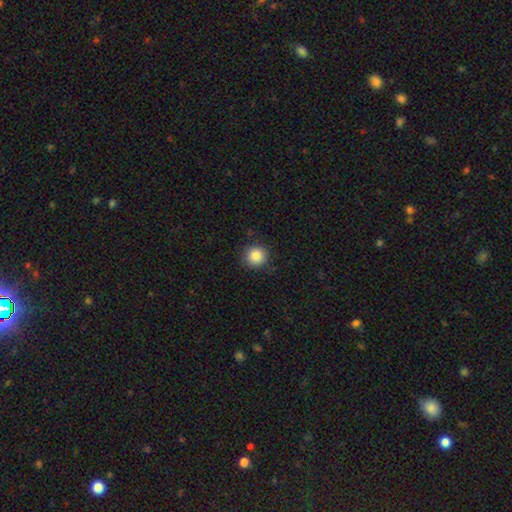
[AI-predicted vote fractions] This appears to be a smooth galaxy with no disk features (87%) that is round (93%). Merging: none (89%).